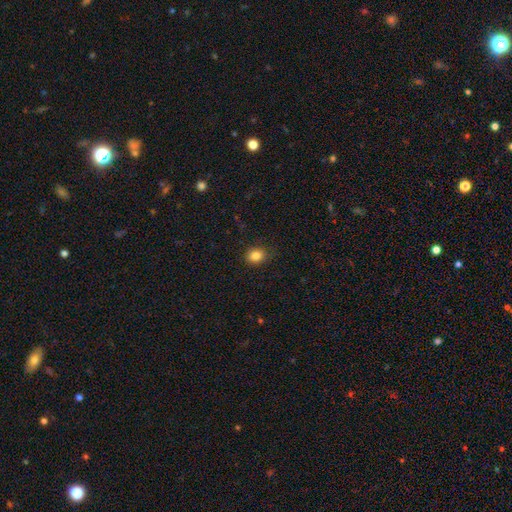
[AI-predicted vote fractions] A smooth galaxy with no disk features (84%) that is round (57%).

Vote fractions:
- Smooth or featured? smooth: 84% / star or artifact: 11% / featured or disk: 5%
- How rounded? round: 57% / in between: 42% / cigar-shaped: 1%
- Merging? none: 82% / minor disturbance: 14% / major disturbance: 3% / merger: 1%